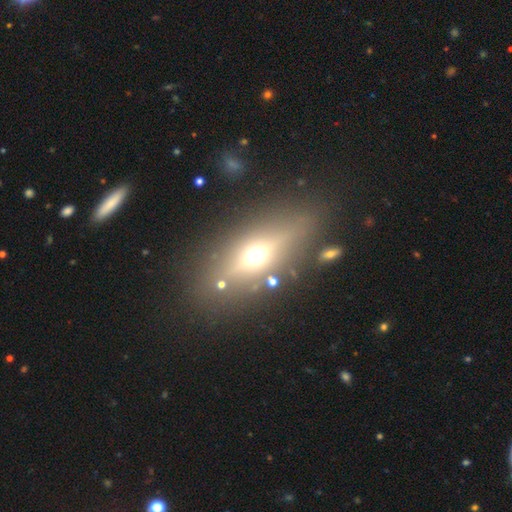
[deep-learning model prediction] Smooth or featured? featured or disk (46%)
Merging? none (80%)